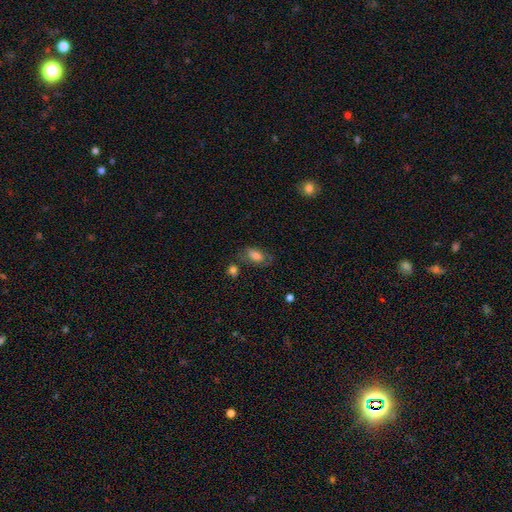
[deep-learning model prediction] The model was most divided on "merging": none: 59%, minor disturbance: 23%, major disturbance: 11%, merger: 7%. More confident: how rounded — in between (88%); smooth or featured — smooth (67%).